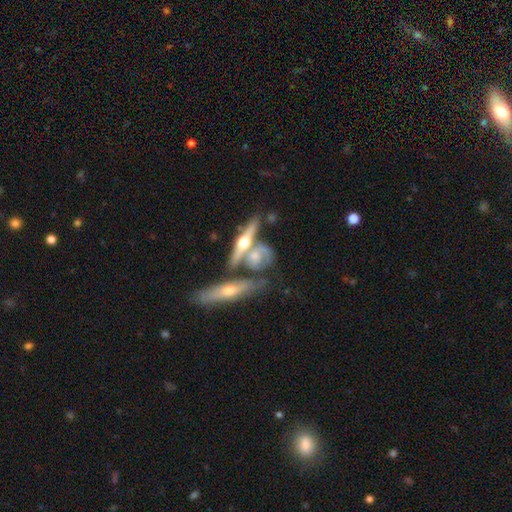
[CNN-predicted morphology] type=featured or disk (69%); edge-on=yes (74%); edge-on bulge=rounded (93%); merging=none (43%).